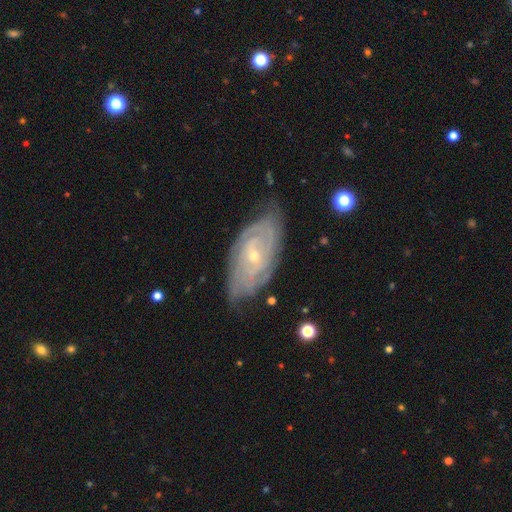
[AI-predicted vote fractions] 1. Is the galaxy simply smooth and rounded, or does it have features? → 75% featured or disk, 16% smooth, 9% star or artifact.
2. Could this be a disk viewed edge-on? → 90% no, 10% yes.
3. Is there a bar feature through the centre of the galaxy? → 62% no, 30% weak, 8% strong.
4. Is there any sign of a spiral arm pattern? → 87% yes, 13% no.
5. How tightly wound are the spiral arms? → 70% tight, 23% medium, 7% loose.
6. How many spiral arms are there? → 50% can't tell, 24% 2, 10% 3, 7% 4, 5% more than 4, 4% 1.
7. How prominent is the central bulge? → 72% small, 25% moderate, 1% none, 1% large, 1% dominant.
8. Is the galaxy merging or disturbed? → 74% none, 20% minor disturbance, 5% major disturbance, 2% merger.